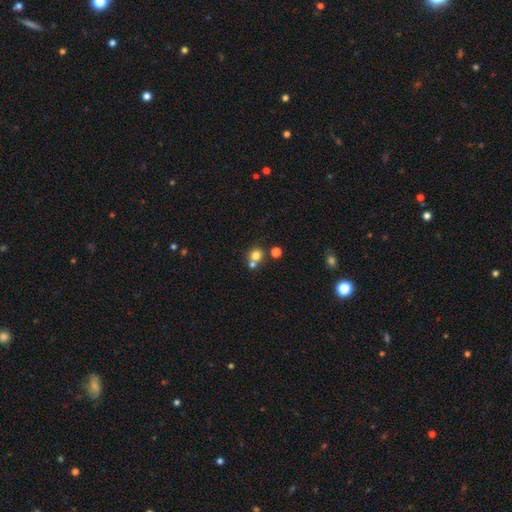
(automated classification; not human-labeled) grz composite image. It shows a smooth galaxy with no disk features (76%) that is round (85%). Merging: none (51%).